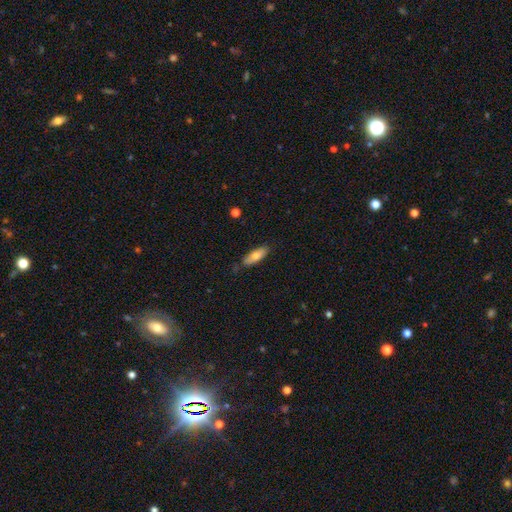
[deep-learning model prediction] This is likely a smooth galaxy (74%). How rounded: possibly in between (60%). Merging: likely none (80%).